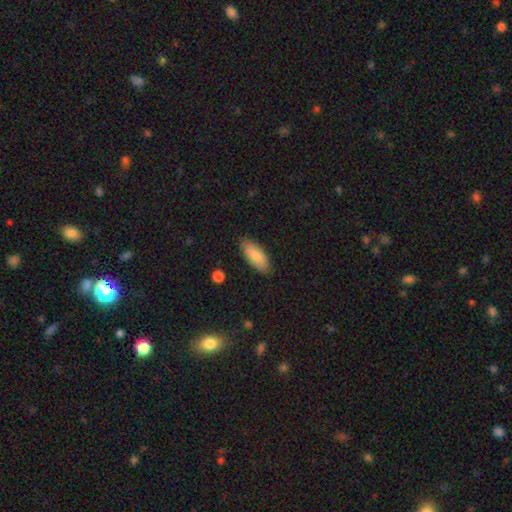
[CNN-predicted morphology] Smooth or featured? Predicted: smooth (p=0.81). How rounded? Predicted: in between (p=0.83). Merging? Predicted: none (p=0.84).